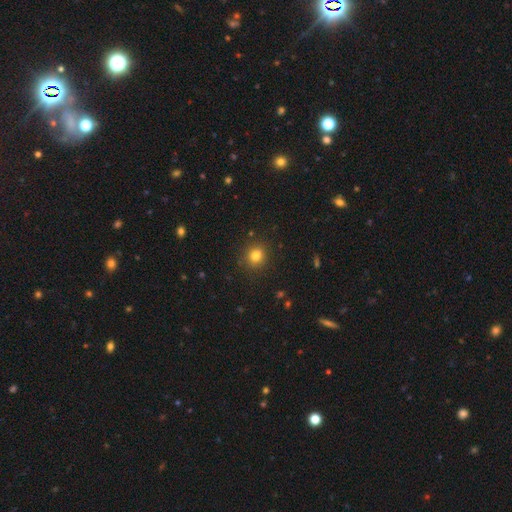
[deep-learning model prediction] smooth 81%, star or artifact 13%, featured or disk 6%. Down the decision tree: how rounded — round (85%); merging — none (88%).